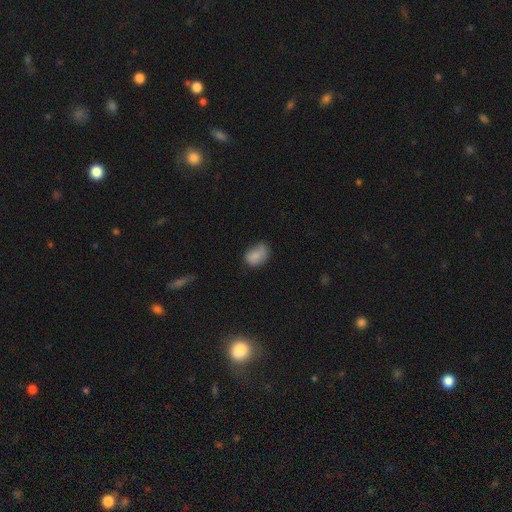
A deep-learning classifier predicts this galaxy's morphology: Smooth or featured? smooth (77%)
How rounded? in between (79%)
Merging? none (49%)